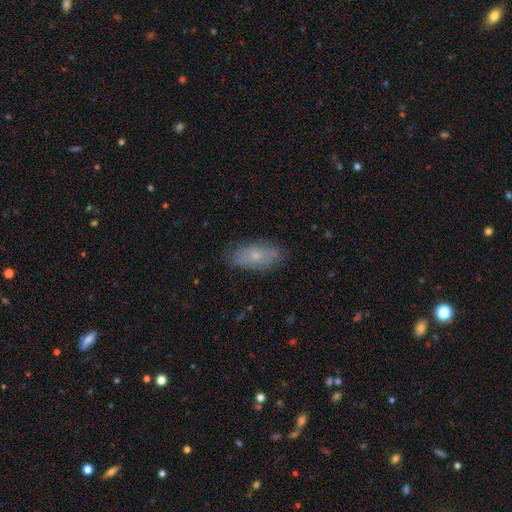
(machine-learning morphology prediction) Smooth or featured: smooth — 62% (featured or disk — 30%)
How rounded: in between — 88% (cigar-shaped — 8%)
Merging: none — 77% (minor disturbance — 18%)